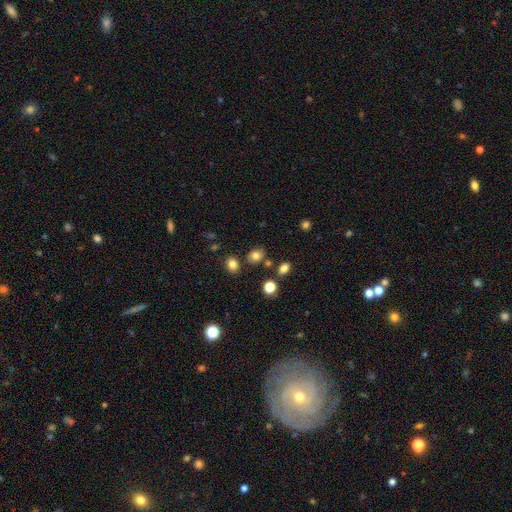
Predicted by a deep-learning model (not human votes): Smooth or featured?
  - smooth: 77% *
  - star or artifact: 14%
  - featured or disk: 8%
How rounded?
  - round: 64% *
  - in between: 35%
  - cigar-shaped: 1%
Merging?
  - none: 75% *
  - minor disturbance: 13%
  - merger: 8%
  - major disturbance: 4%